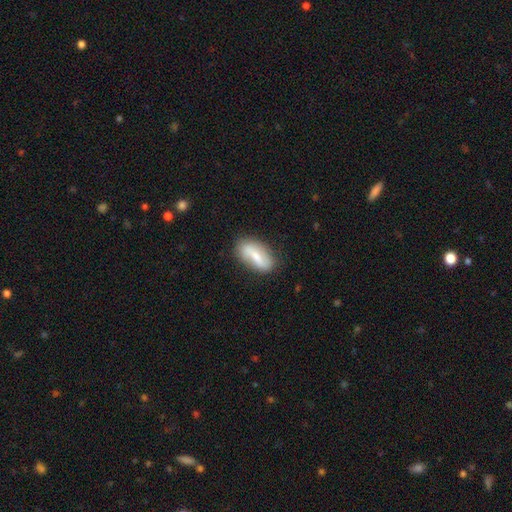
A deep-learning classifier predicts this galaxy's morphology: type=smooth (58%); roundness=in between (86%); merging=none (72%).